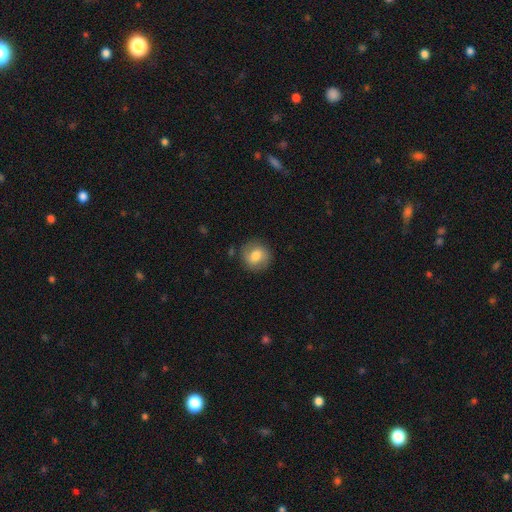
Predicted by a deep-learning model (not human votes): Q: Smooth or featured?
A: smooth (70%); runner-up: featured or disk (22%)
Q: How rounded?
A: round (86%); runner-up: in between (13%)
Q: Merging?
A: none (83%); runner-up: minor disturbance (11%)